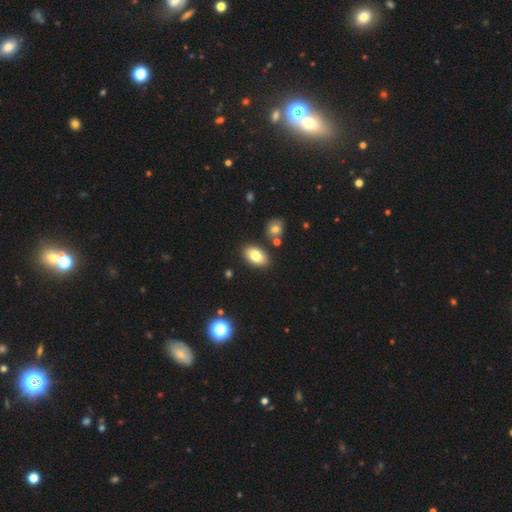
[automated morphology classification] A smooth galaxy with no disk features (79%) that is in between round and cigar-shaped (91%). Merging: none (83%).